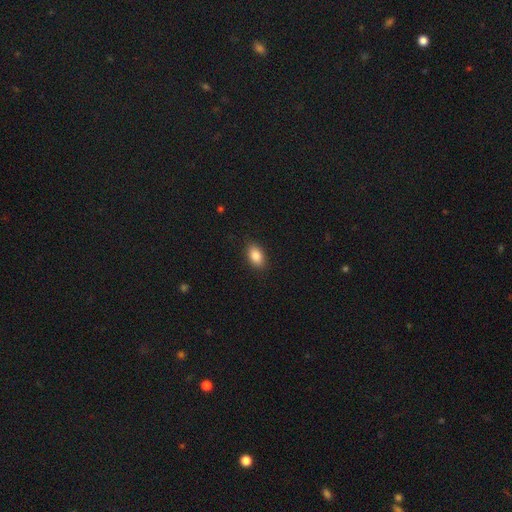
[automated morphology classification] Q: Smooth or featured?
A: smooth (87%); runner-up: star or artifact (8%)
Q: How rounded?
A: in between (89%); runner-up: round (9%)
Q: Merging?
A: none (88%); runner-up: minor disturbance (9%)